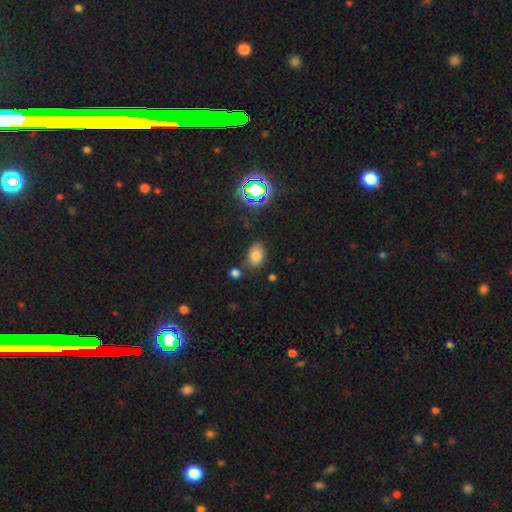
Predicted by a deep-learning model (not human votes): This is likely a smooth galaxy (75%). How rounded: clearly in between (80%). Merging: likely none (76%).